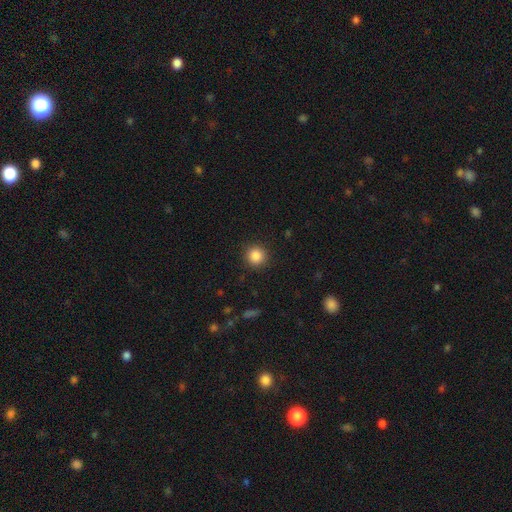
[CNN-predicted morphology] This appears to be a smooth galaxy with no disk features (86%) that is round (93%). Merging: none (91%).